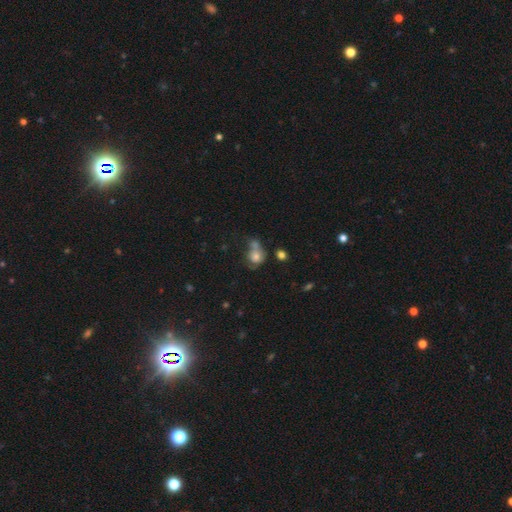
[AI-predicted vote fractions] Overall: smooth (72%). How rounded: round (66%; in between 32%). Merging: merger (40%; none 31%).